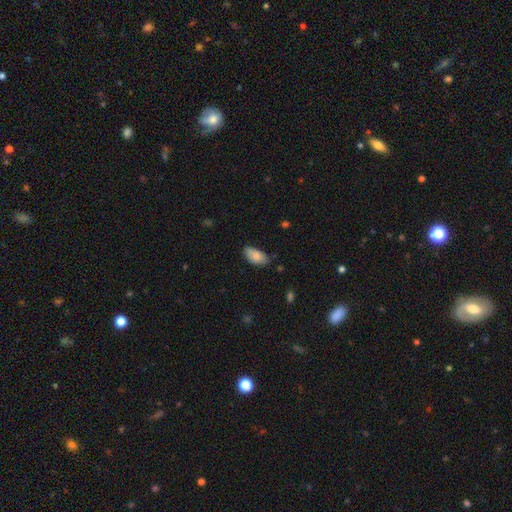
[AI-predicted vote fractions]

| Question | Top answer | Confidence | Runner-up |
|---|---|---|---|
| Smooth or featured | smooth | 84% | featured or disk (9%) |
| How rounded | in between | 94% | cigar-shaped (3%) |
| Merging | none | 69% | minor disturbance (25%) |